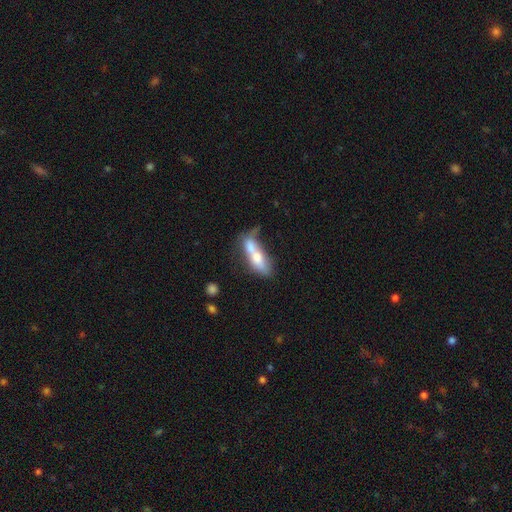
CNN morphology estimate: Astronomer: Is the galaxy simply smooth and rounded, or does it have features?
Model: smooth — 60%.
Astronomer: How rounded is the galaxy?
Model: in between — 60% (runner-up: cigar-shaped, 36%).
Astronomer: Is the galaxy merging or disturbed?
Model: merger — 57%.